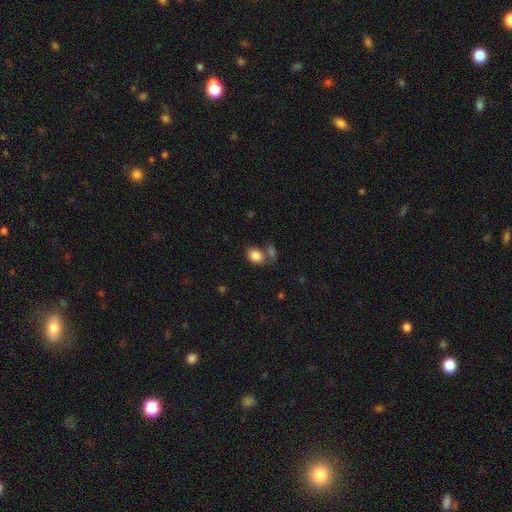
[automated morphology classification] This appears to be a smooth galaxy with no disk features (84%) that is in between round and cigar-shaped (73%). Merging: none (52%).